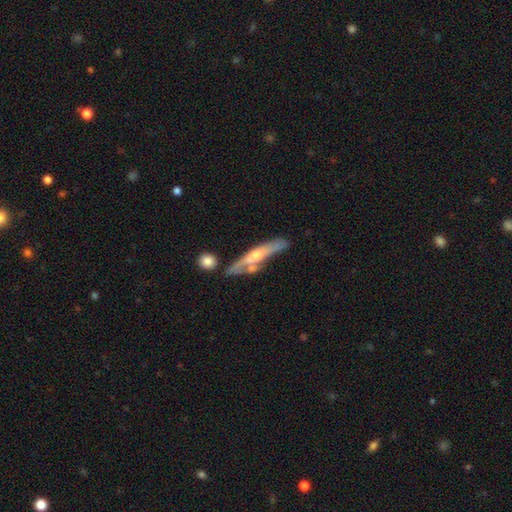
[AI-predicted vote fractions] Overall: featured or disk (62%; smooth 32%). Edge-on disk: yes (83%). Edge-on bulge: rounded (81%). Merging: none (56%; minor disturbance 20%).